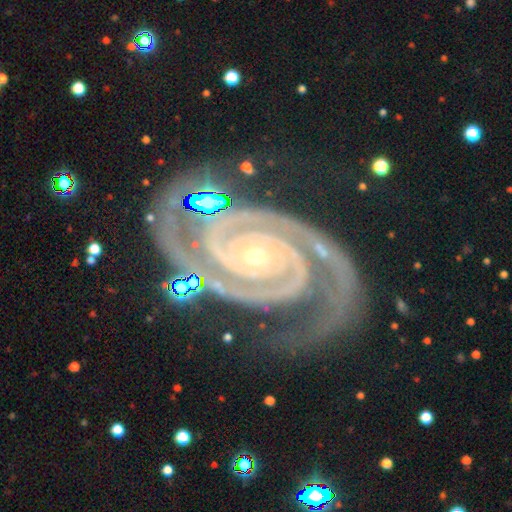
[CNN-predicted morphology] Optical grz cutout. It shows a featured or disk galaxy (94%) with no bar (71%), 2 (81%) tight (81%) spiral arms (99%) and a small central bulge (86%). Merging: none (72%).